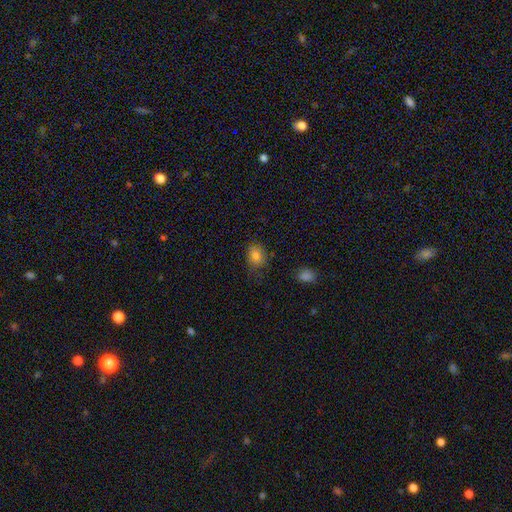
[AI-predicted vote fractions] This is clearly a smooth galaxy (81%). How rounded: likely in between (65%). Merging: likely none (71%).